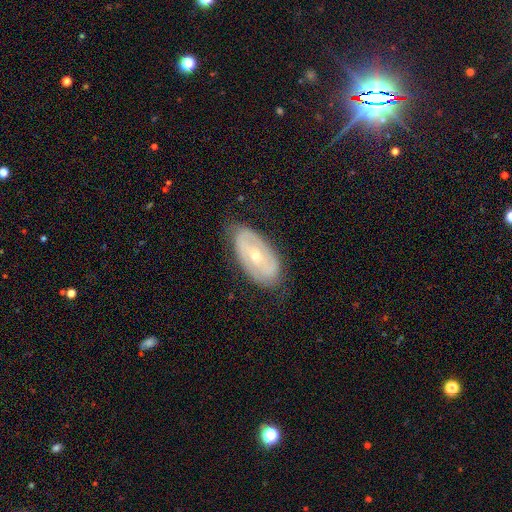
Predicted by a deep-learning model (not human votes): This appears to be a featured or disk galaxy (65%) with no bar (59%), no spiral arms (53%) and a small central bulge (55%). Merging: none (75%).